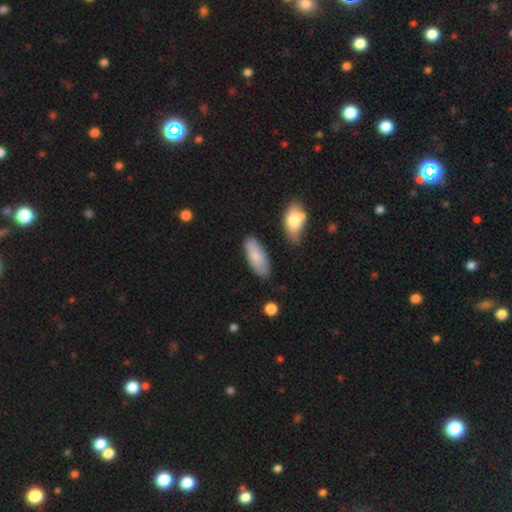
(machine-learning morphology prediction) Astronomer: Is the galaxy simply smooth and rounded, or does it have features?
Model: smooth — 73%.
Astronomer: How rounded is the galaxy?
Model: in between — 80%.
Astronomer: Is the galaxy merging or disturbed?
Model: none — 77%.